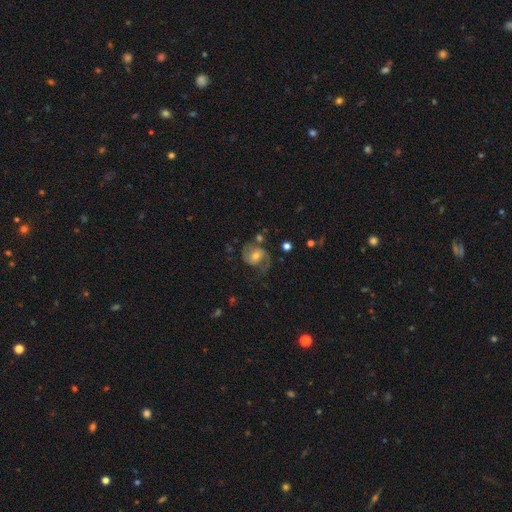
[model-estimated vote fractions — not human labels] Morphology: type=featured or disk (73%); edge-on=no (97%); bar=weak (43%); spiral arms=yes (90%); winding=medium (49%); arm count=2 (76%); bulge=moderate (61%); merging=none (57%).